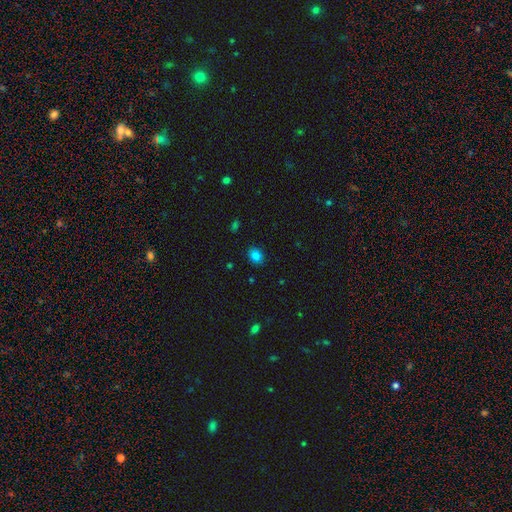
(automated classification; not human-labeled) A smooth galaxy with no disk features (83%) that is round (51%).

Vote fractions:
- Smooth or featured? smooth: 83% / star or artifact: 12% / featured or disk: 5%
- How rounded? round: 51% / in between: 48% / cigar-shaped: 1%
- Merging? none: 89% / minor disturbance: 8% / major disturbance: 2% / merger: 1%